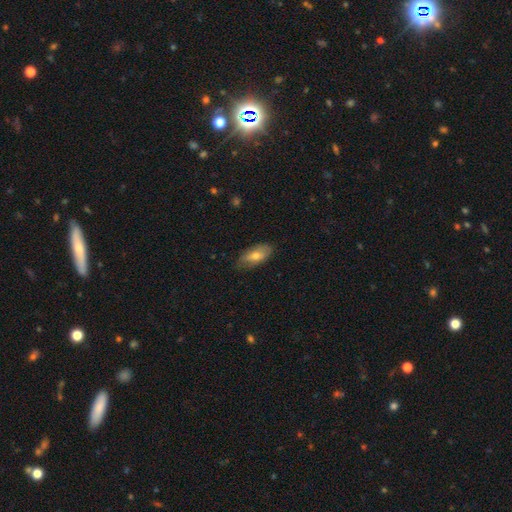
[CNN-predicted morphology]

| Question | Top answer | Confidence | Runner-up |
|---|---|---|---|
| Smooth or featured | smooth | 64% | featured or disk (29%) |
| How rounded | in between | 84% | cigar-shaped (13%) |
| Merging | none | 79% | minor disturbance (17%) |